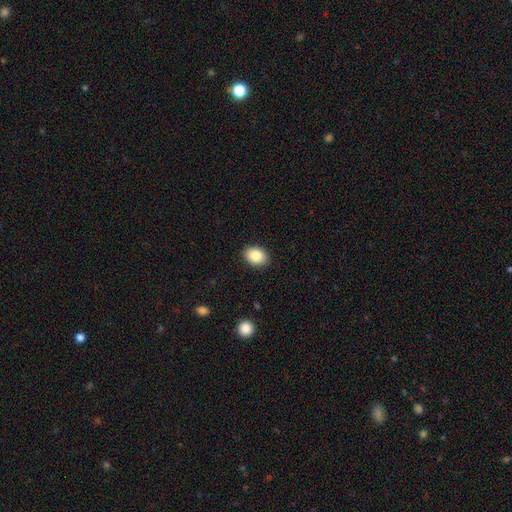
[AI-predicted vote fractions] This is clearly a smooth galaxy (85%). How rounded: likely in between (75%). Merging: clearly none (89%).